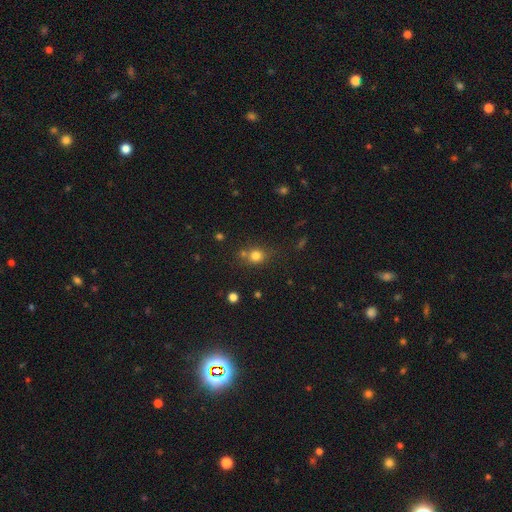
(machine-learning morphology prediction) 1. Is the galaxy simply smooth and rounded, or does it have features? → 77% smooth, 15% star or artifact, 8% featured or disk.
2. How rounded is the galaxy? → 79% round, 20% in between, 1% cigar-shaped.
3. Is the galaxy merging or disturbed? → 64% none, 18% merger, 13% minor disturbance, 5% major disturbance.